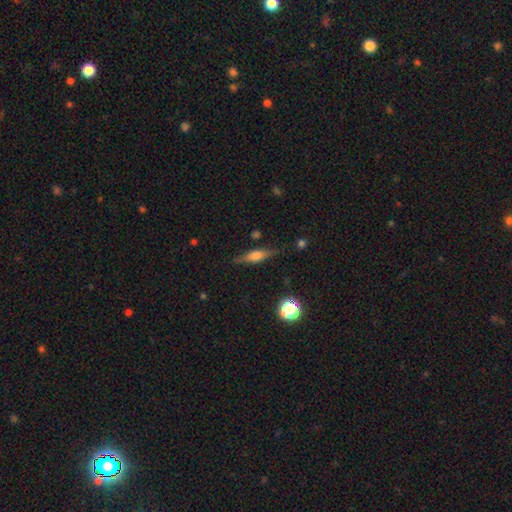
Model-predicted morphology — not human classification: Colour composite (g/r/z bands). It shows a featured or disk galaxy (50%) viewed edge-on (93%). Merging: none (82%).